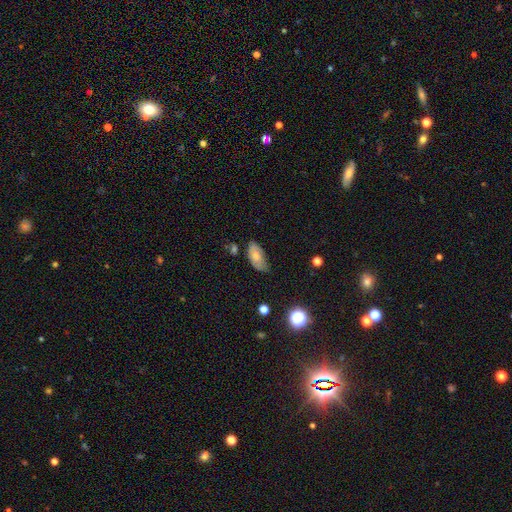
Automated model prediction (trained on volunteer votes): Smooth or featured? Predicted: smooth (p=0.71). How rounded? Predicted: in between (p=0.91). Merging? Predicted: none (p=0.60).